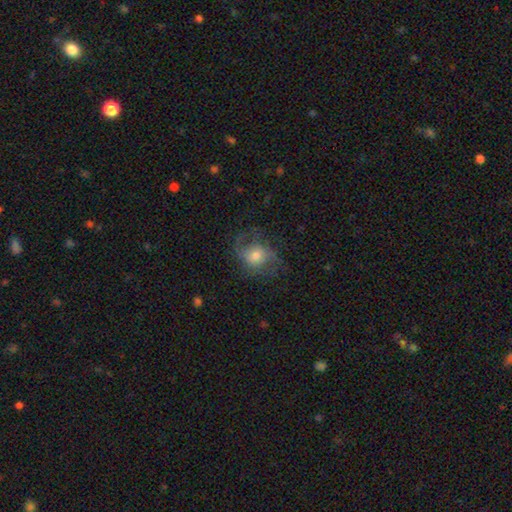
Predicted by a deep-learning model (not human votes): Q: Smooth or featured?
A: featured or disk (52%); runner-up: smooth (38%)
Q: Edge-on disk?
A: no (96%); runner-up: yes (4%)
Q: Bar?
A: no (70%); runner-up: weak (25%)
Q: Spiral arms?
A: yes (80%); runner-up: no (20%)
Q: Bulge size?
A: moderate (56%); runner-up: small (28%)
Q: Merging?
A: none (54%); runner-up: major disturbance (23%)